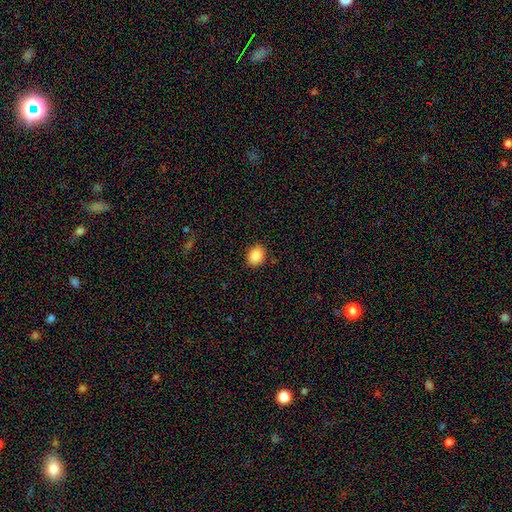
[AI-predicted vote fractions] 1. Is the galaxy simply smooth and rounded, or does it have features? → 88% smooth, 8% star or artifact, 3% featured or disk.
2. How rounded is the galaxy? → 59% in between, 40% round, 1% cigar-shaped.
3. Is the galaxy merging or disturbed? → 87% none, 9% minor disturbance, 2% major disturbance, 1% merger.